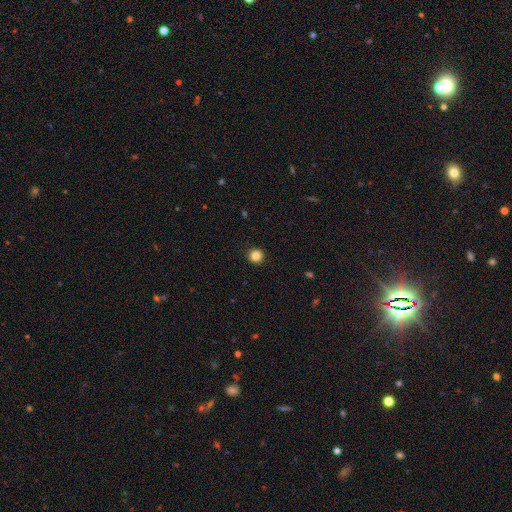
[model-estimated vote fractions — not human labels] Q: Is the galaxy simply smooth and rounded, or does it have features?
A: smooth — 85%.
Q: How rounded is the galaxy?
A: round — 95%.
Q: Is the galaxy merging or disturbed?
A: none — 93%.